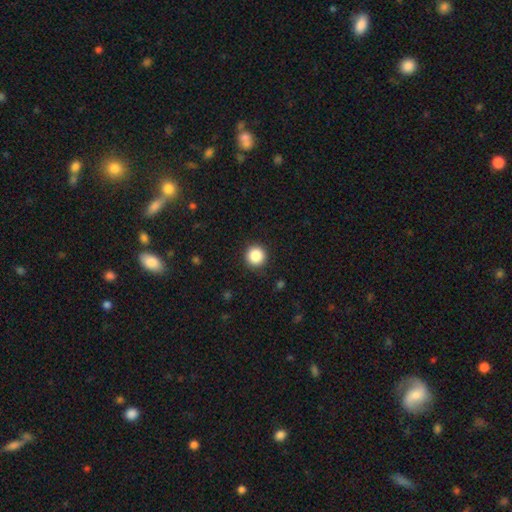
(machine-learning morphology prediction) This appears to be a smooth galaxy with no disk features (87%) that is round (96%). Merging: none (92%).